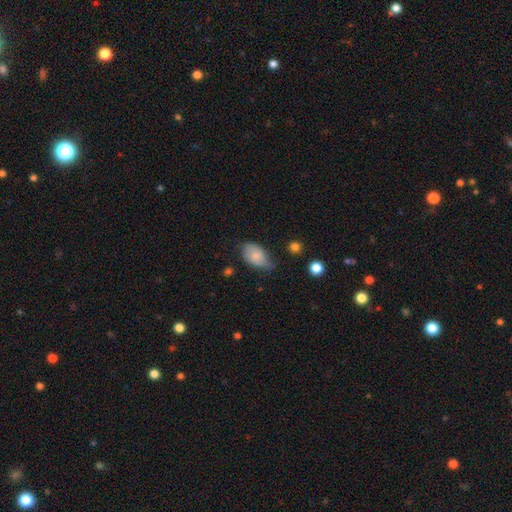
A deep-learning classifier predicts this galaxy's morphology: Smooth or featured?
  - smooth: 76% *
  - featured or disk: 17%
  - star or artifact: 7%
How rounded?
  - in between: 91% *
  - round: 7%
  - cigar-shaped: 2%
Merging?
  - none: 47% *
  - minor disturbance: 40%
  - major disturbance: 10%
  - merger: 3%